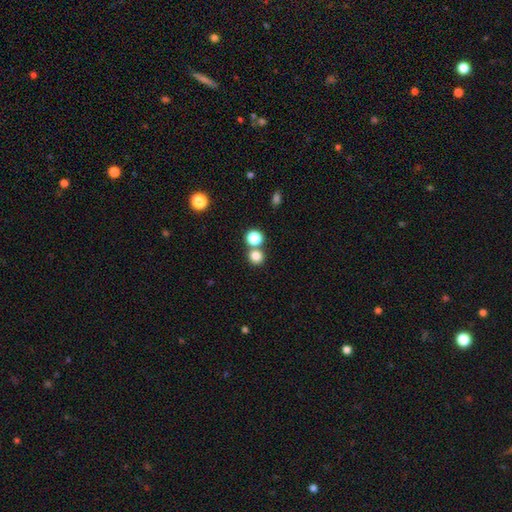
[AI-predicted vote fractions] This is clearly a smooth galaxy (80%). How rounded: clearly round (89%). Merging: likely none (64%).